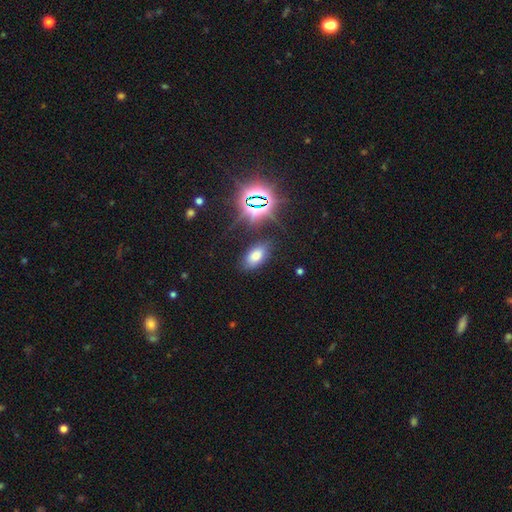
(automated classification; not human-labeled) smooth_or_featured: smooth (p=0.65) [alt: star or artifact p=0.25]
how_rounded: in between (p=0.91) [alt: round p=0.06]
merging: none (p=0.82) [alt: minor disturbance p=0.12]